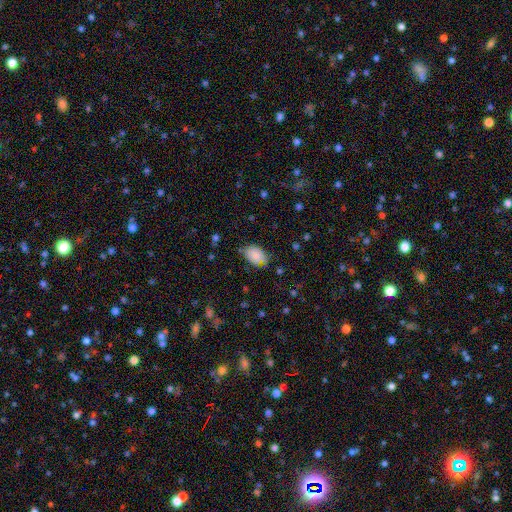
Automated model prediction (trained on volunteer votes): This is clearly a smooth galaxy (84%). How rounded: clearly in between (83%). Merging: likely none (69%).